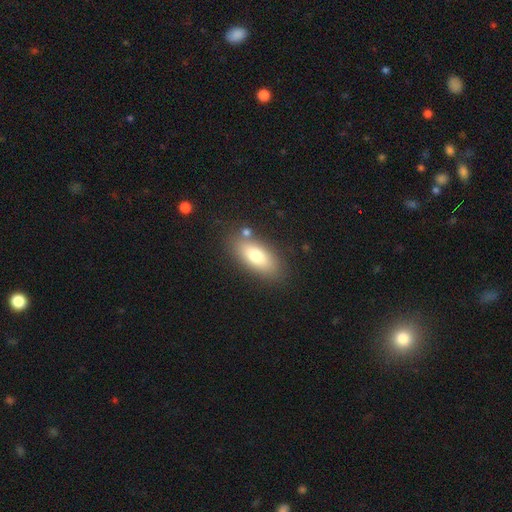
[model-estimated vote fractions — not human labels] This appears to be a smooth galaxy with no disk features (76%) that is in between round and cigar-shaped (85%). Merging: none (78%).